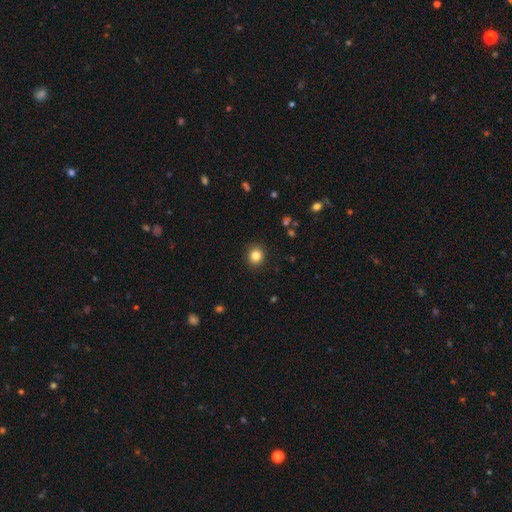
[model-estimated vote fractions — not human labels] smooth_or_featured: smooth (p=0.84) [alt: star or artifact p=0.11]
how_rounded: round (p=0.85) [alt: in between p=0.14]
merging: none (p=0.91) [alt: minor disturbance p=0.06]